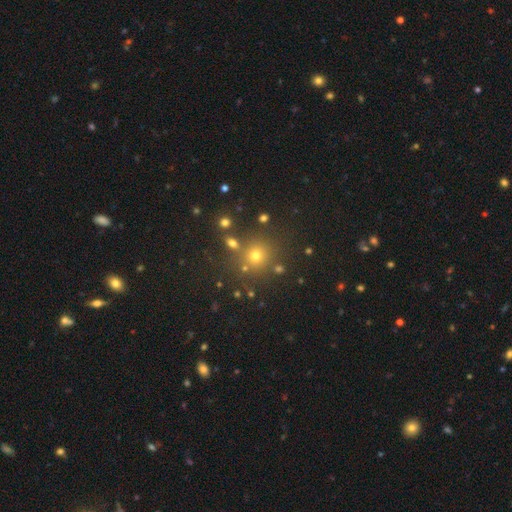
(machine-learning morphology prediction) Overall: smooth (65%; star or artifact 27%). How rounded: round (90%). Merging: none (78%).